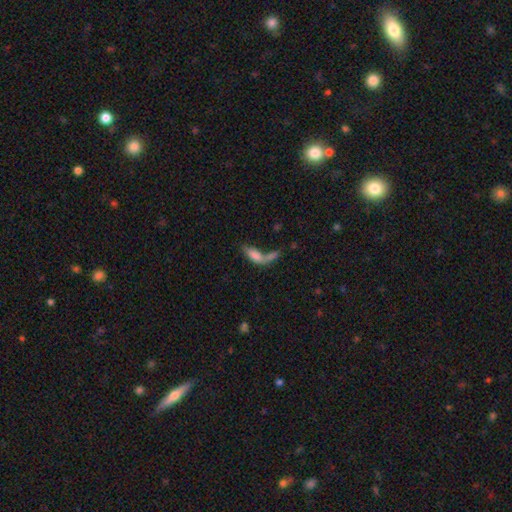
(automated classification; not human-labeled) Overall: smooth (72%). How rounded: in between (65%; cigar-shaped 31%). Merging: merger (50%; none 24%).